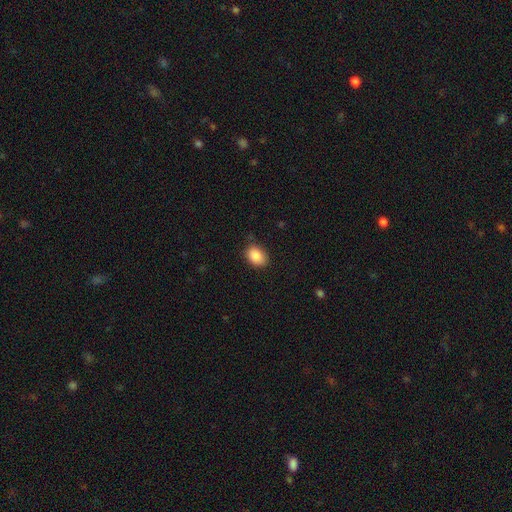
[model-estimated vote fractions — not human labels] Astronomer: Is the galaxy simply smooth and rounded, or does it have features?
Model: smooth — 88%.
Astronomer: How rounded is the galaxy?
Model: in between — 78%.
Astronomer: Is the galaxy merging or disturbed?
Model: none — 80%.